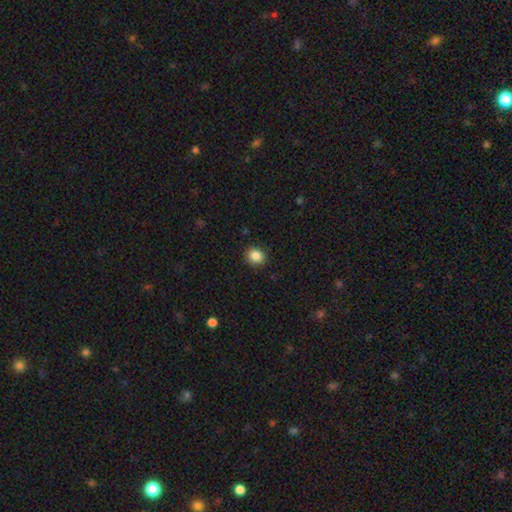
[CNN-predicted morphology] A smooth galaxy with no disk features (86%) that is round (65%).

Vote fractions:
- Smooth or featured? smooth: 86% / star or artifact: 9% / featured or disk: 4%
- How rounded? round: 65% / in between: 34% / cigar-shaped: 1%
- Merging? none: 89% / minor disturbance: 8% / major disturbance: 2% / merger: 1%